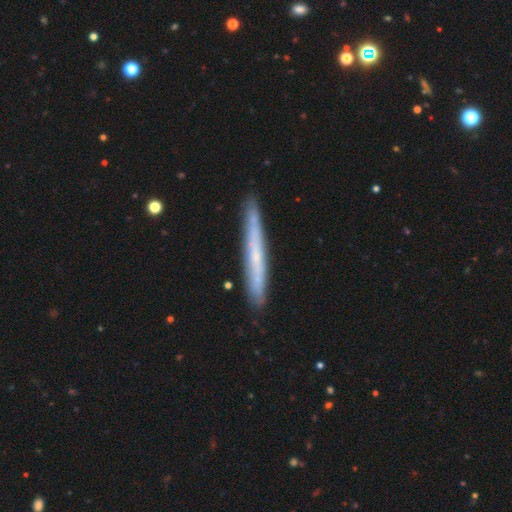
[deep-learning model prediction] Smooth or featured: featured or disk — 52% (smooth — 42%)
Edge-on disk: yes — 90% (no — 10%)
Merging: none — 87% (minor disturbance — 10%)